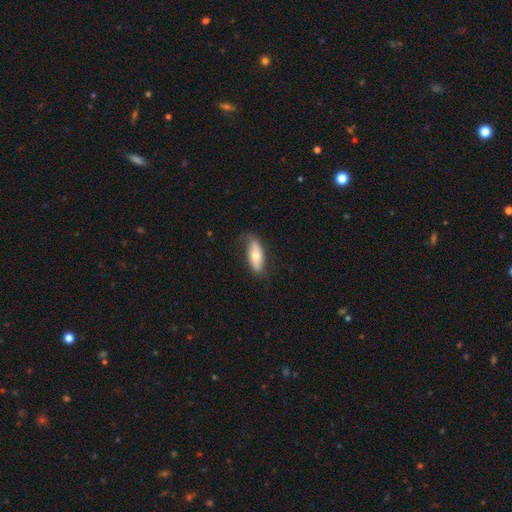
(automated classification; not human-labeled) Smooth or featured: smooth — 59% (featured or disk — 35%)
How rounded: in between — 77% (cigar-shaped — 20%)
Merging: none — 71% (minor disturbance — 22%)